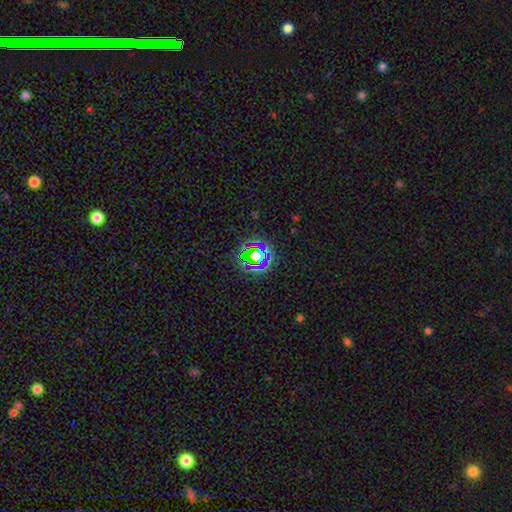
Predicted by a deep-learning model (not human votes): This appears to be a star or artifact, not a galaxy (66%).